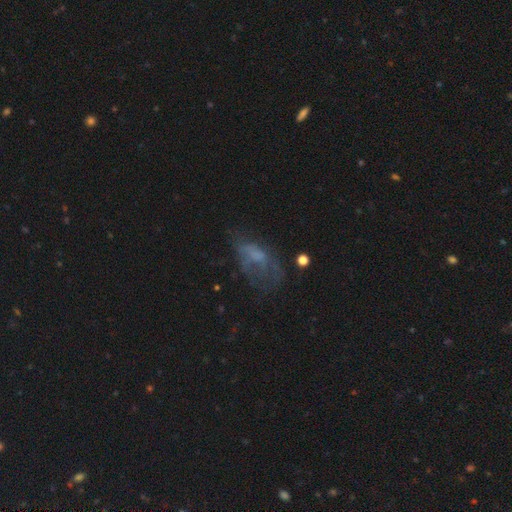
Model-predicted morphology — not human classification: Smooth or featured? Predicted: featured or disk (p=0.45). Merging? Predicted: major disturbance (p=0.37).